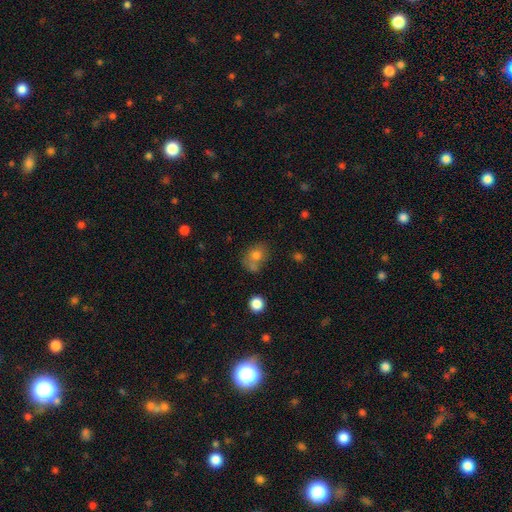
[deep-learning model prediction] A smooth galaxy with no disk features (74%) that is round (57%).

Vote fractions:
- Smooth or featured? smooth: 74% / featured or disk: 13% / star or artifact: 13%
- How rounded? round: 57% / in between: 42% / cigar-shaped: 1%
- Merging? none: 46% / merger: 31% / minor disturbance: 16% / major disturbance: 7%